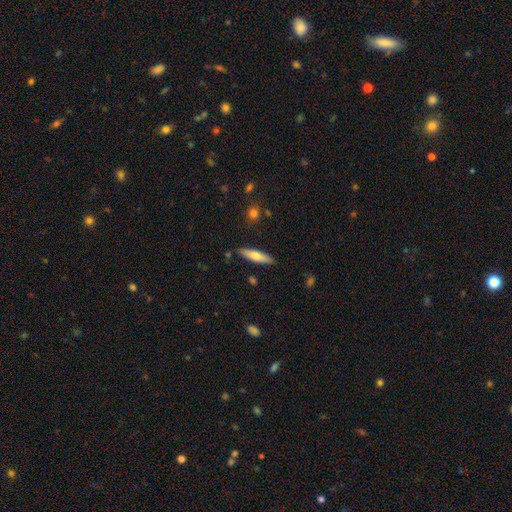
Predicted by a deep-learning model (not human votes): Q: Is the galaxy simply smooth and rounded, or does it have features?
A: smooth — 64%.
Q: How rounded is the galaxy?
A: cigar-shaped — 73%.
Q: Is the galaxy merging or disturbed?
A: none — 86%.